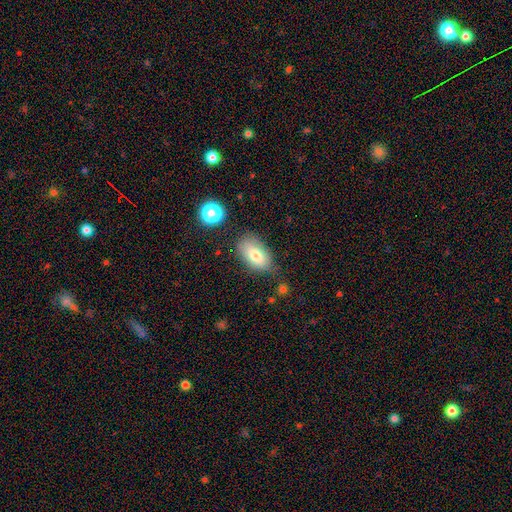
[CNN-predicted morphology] smooth 77%, featured or disk 14%, star or artifact 9%. Down the decision tree: how rounded — in between (91%); merging — none (71%).